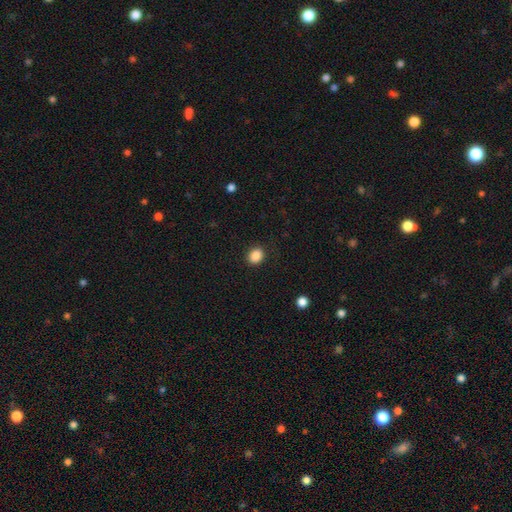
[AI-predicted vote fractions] This is clearly a smooth galaxy (87%). How rounded: possibly round (59%). Merging: clearly none (88%).